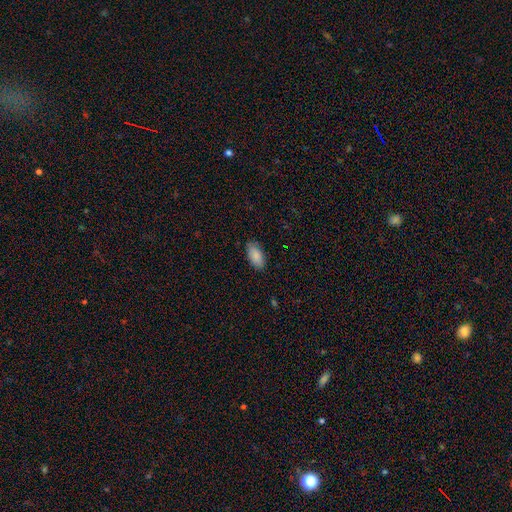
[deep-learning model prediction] Overall: smooth (88%). How rounded: in between (93%). Merging: none (84%).